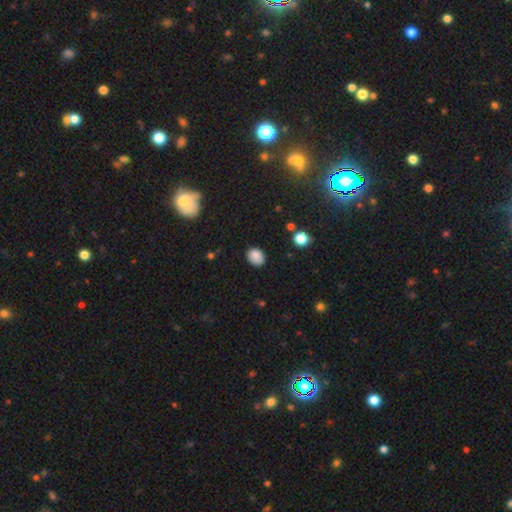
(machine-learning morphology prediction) smooth_or_featured: smooth (p=0.84) [alt: star or artifact p=0.10]
how_rounded: in between (p=0.58) [alt: round p=0.41]
merging: none (p=0.81) [alt: minor disturbance p=0.15]